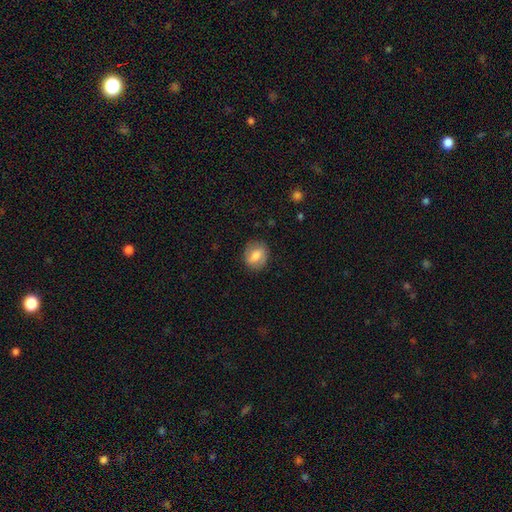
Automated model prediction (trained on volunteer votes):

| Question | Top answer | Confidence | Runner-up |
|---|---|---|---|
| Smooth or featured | smooth | 60% | featured or disk (32%) |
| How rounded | round | 52% | in between (46%) |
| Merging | none | 81% | minor disturbance (13%) |